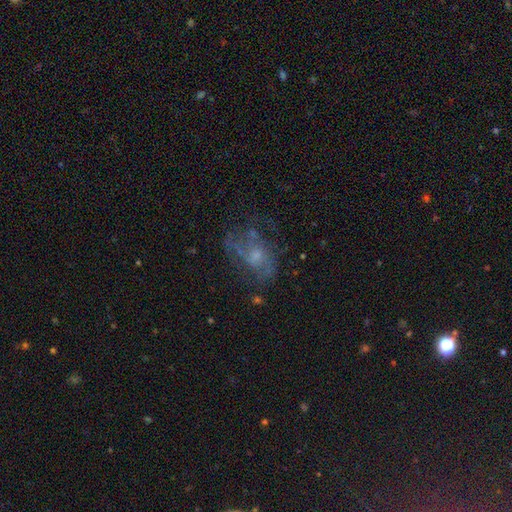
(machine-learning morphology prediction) Smooth or featured? Predicted: featured or disk (p=0.60). Edge-on disk? Predicted: no (p=0.96). Bar? Predicted: no (p=0.76). Spiral arms? Predicted: yes (p=0.60). Bulge size? Predicted: small (p=0.43). Merging? Predicted: none (p=0.56).